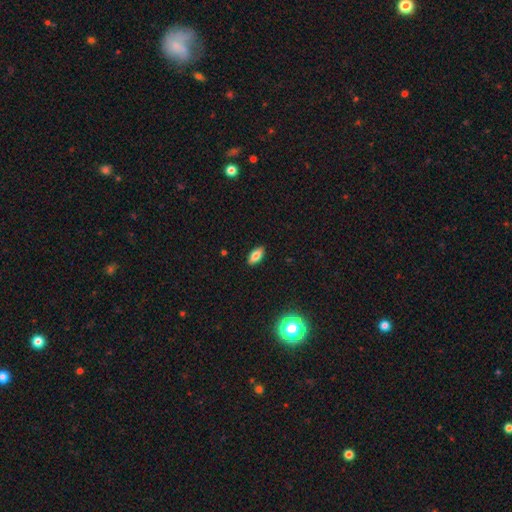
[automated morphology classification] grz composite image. It shows a smooth galaxy with no disk features (77%) that is in between round and cigar-shaped (86%). Merging: none (89%).